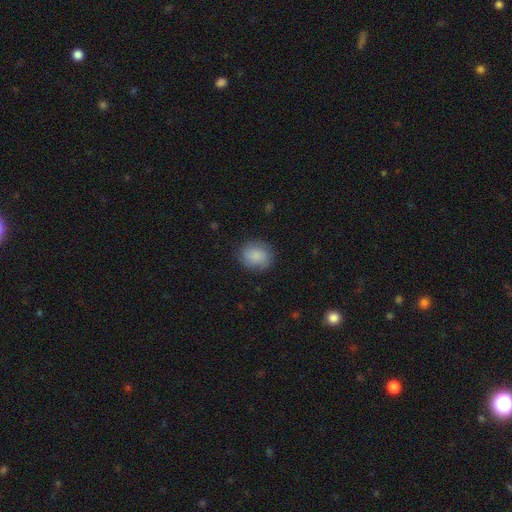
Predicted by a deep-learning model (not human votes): Smooth or featured? smooth (83%)
How rounded? round (70%)
Merging? none (83%)